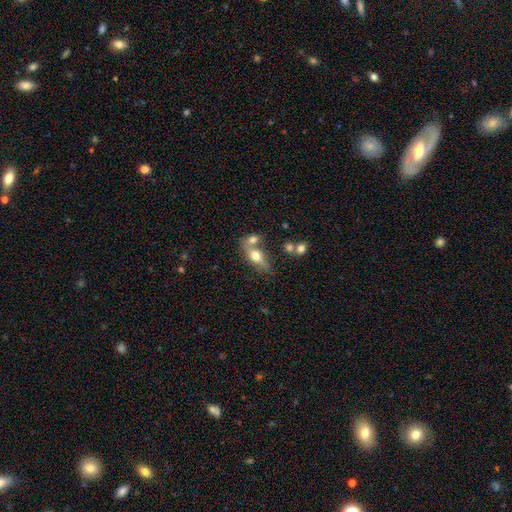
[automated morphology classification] A smooth galaxy with no disk features (66%) that is in between round and cigar-shaped (75%).

Vote fractions:
- Smooth or featured? smooth: 66% / featured or disk: 26% / star or artifact: 8%
- How rounded? in between: 75% / cigar-shaped: 16% / round: 9%
- Merging? merger: 44% / none: 38% / minor disturbance: 12% / major disturbance: 6%